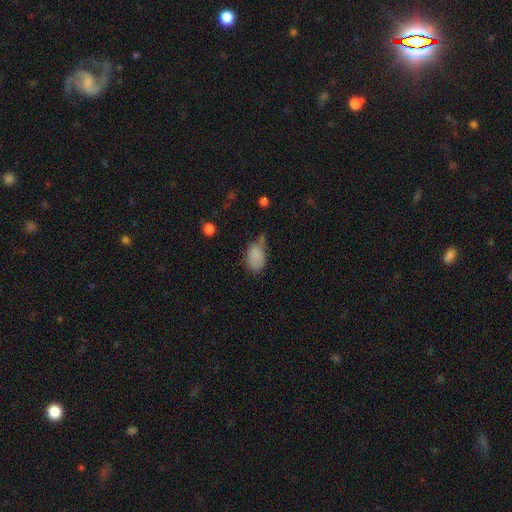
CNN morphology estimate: Smooth or featured? Predicted: smooth (p=0.84). How rounded? Predicted: in between (p=0.86). Merging? Predicted: none (p=0.46).